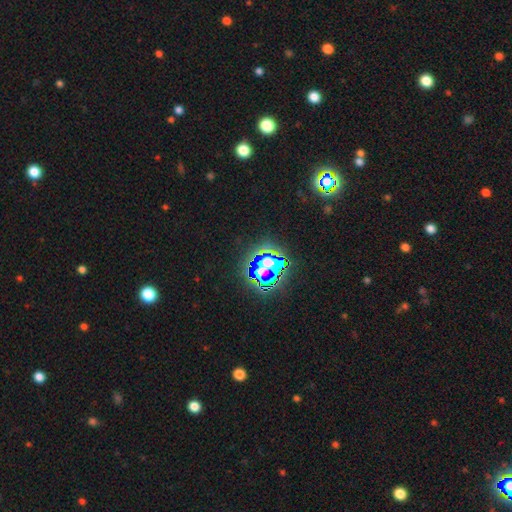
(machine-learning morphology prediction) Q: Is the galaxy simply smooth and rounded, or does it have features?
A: star or artifact — 73%.